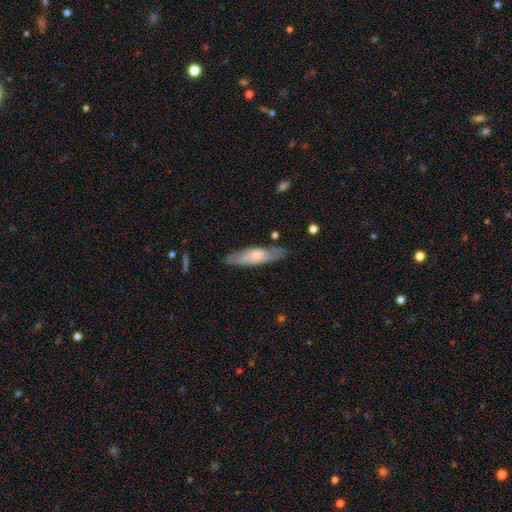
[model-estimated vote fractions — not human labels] Q: Smooth or featured?
A: smooth (57%); runner-up: featured or disk (37%)
Q: How rounded?
A: cigar-shaped (65%); runner-up: in between (34%)
Q: Merging?
A: none (79%); runner-up: minor disturbance (16%)